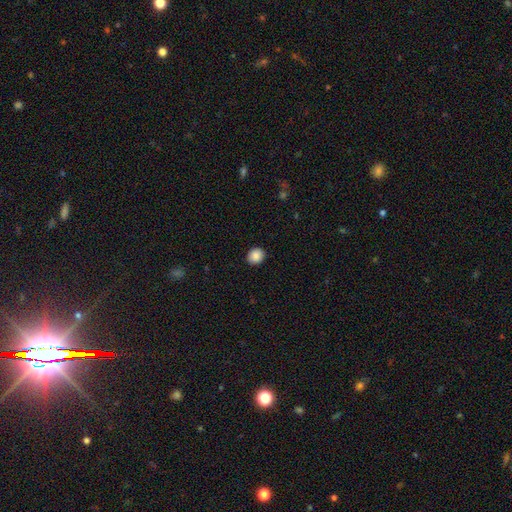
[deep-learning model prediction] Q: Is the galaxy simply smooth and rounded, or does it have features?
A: smooth — 88%.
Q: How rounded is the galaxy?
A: round — 78%.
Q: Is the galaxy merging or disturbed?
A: none — 91%.